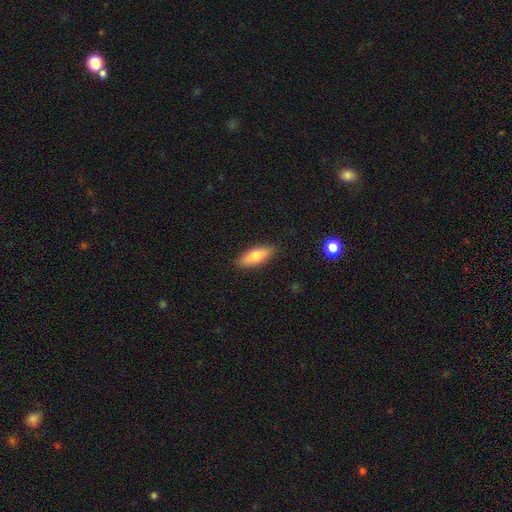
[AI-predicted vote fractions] A smooth galaxy with no disk features (76%) that is in between round and cigar-shaped (66%).

Vote fractions:
- Smooth or featured? smooth: 76% / featured or disk: 17% / star or artifact: 6%
- How rounded? in between: 66% / cigar-shaped: 31% / round: 2%
- Merging? none: 87% / minor disturbance: 9% / major disturbance: 2% / merger: 1%